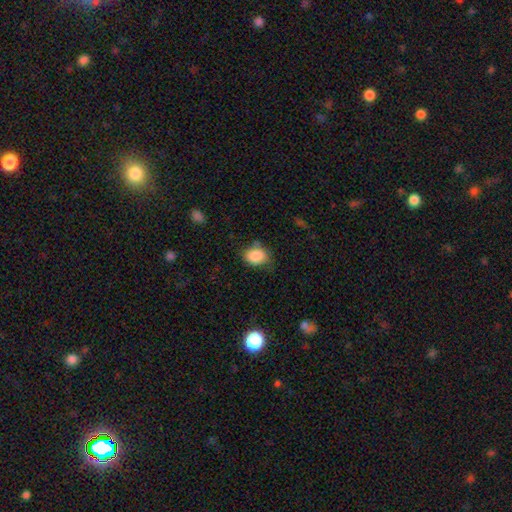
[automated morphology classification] Smooth or featured?
  - smooth: 86% *
  - star or artifact: 8%
  - featured or disk: 5%
How rounded?
  - in between: 58% *
  - round: 41%
  - cigar-shaped: 1%
Merging?
  - none: 67% *
  - minor disturbance: 23%
  - major disturbance: 6%
  - merger: 4%